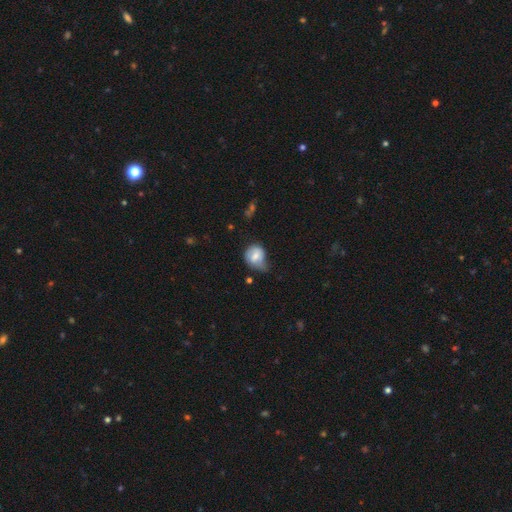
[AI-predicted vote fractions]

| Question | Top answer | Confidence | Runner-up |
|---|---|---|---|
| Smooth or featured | smooth | 65% | featured or disk (27%) |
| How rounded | round | 59% | in between (40%) |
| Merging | minor disturbance | 42% | none (30%) |